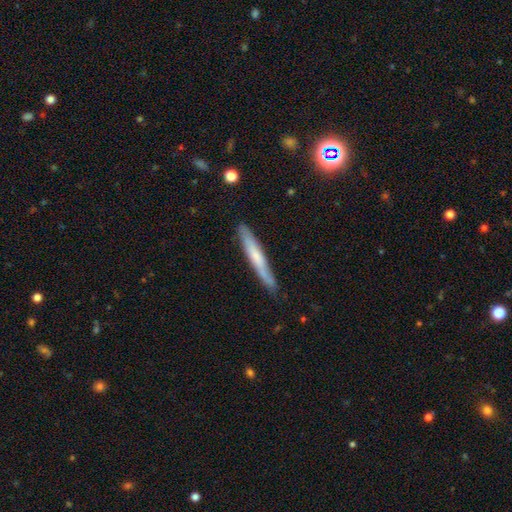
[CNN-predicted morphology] Overall: smooth (51%; featured or disk 43%). How rounded: cigar-shaped (95%). Merging: none (83%).